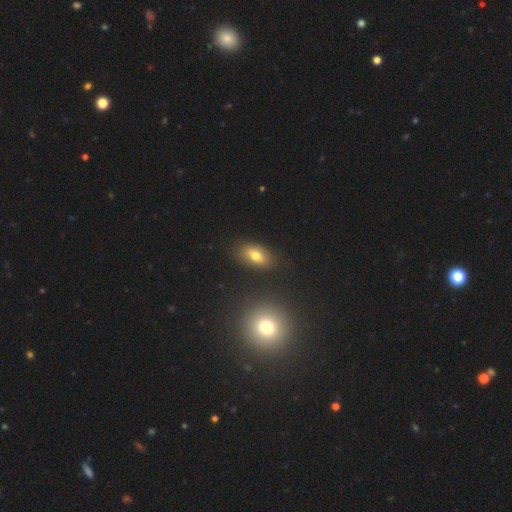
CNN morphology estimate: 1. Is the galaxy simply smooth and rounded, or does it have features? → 74% smooth, 16% featured or disk, 10% star or artifact.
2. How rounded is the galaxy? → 88% in between, 8% round, 4% cigar-shaped.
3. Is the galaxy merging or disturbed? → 84% none, 10% minor disturbance, 3% major disturbance, 3% merger.